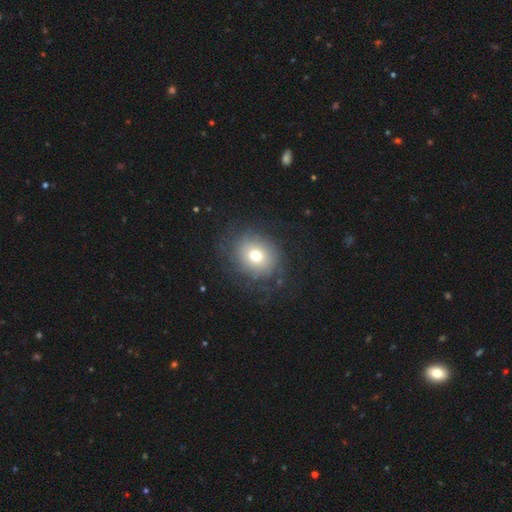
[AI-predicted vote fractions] Smooth or featured?
  - smooth: 67% *
  - featured or disk: 22%
  - star or artifact: 12%
How rounded?
  - round: 72% *
  - in between: 27%
  - cigar-shaped: 1%
Merging?
  - none: 75% *
  - minor disturbance: 14%
  - major disturbance: 9%
  - merger: 1%